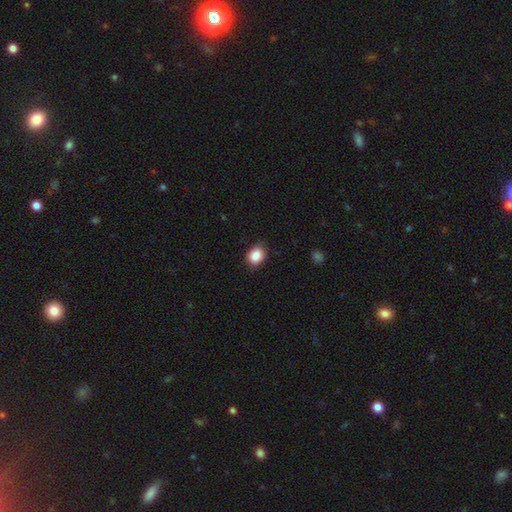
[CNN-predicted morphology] Smooth or featured?
  - smooth: 87% *
  - star or artifact: 9%
  - featured or disk: 4%
How rounded?
  - in between: 53% *
  - round: 46%
  - cigar-shaped: 1%
Merging?
  - none: 84% *
  - minor disturbance: 13%
  - major disturbance: 2%
  - merger: 1%